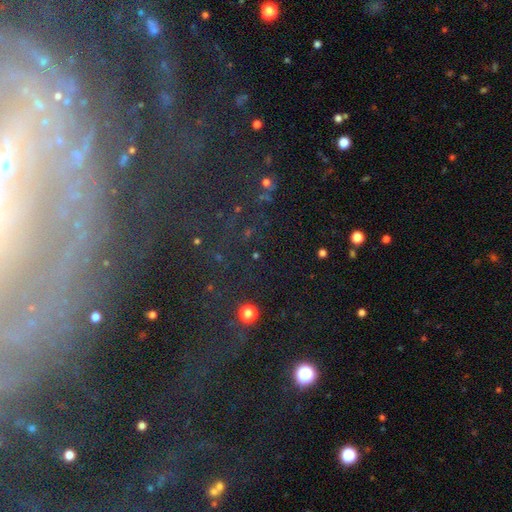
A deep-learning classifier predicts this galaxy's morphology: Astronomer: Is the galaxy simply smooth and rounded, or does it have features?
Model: star or artifact — 65%.